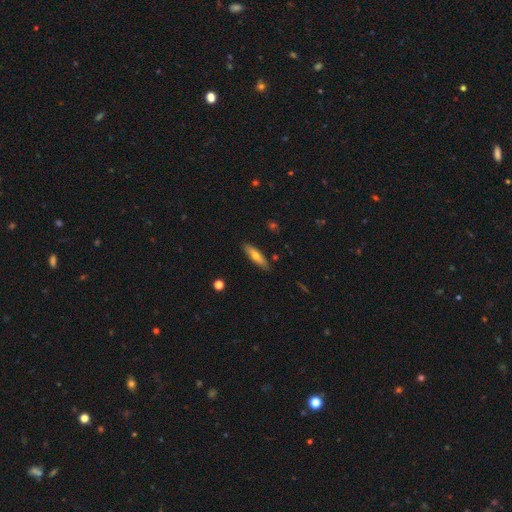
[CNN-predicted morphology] Smooth or featured? Predicted: smooth (p=0.60). How rounded? Predicted: cigar-shaped (p=0.70). Merging? Predicted: none (p=0.87).